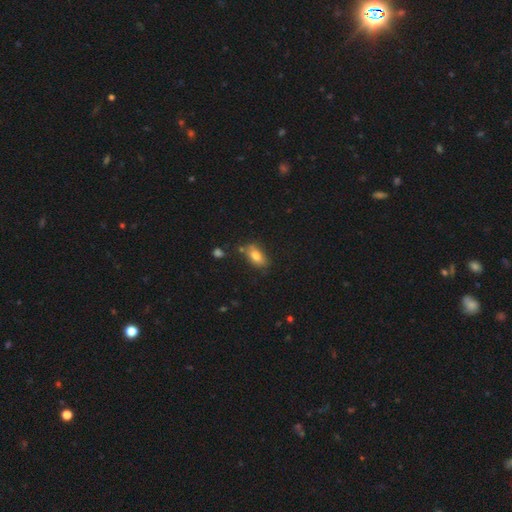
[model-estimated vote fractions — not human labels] This appears to be a smooth galaxy with no disk features (81%) that is in between round and cigar-shaped (88%). Merging: none (74%).